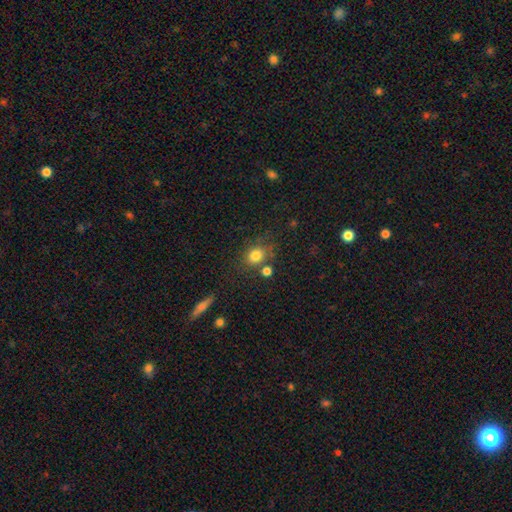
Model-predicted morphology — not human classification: Overall: smooth (80%). How rounded: round (67%; in between 32%). Merging: none (68%).